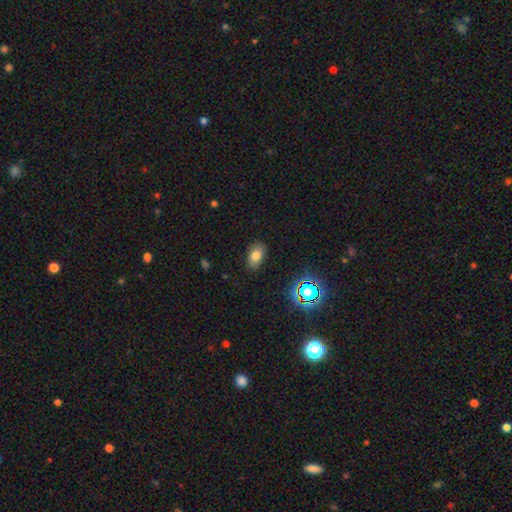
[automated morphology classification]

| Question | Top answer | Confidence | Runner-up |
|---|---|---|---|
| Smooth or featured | smooth | 77% | star or artifact (13%) |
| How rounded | in between | 89% | round (9%) |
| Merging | none | 83% | minor disturbance (13%) |